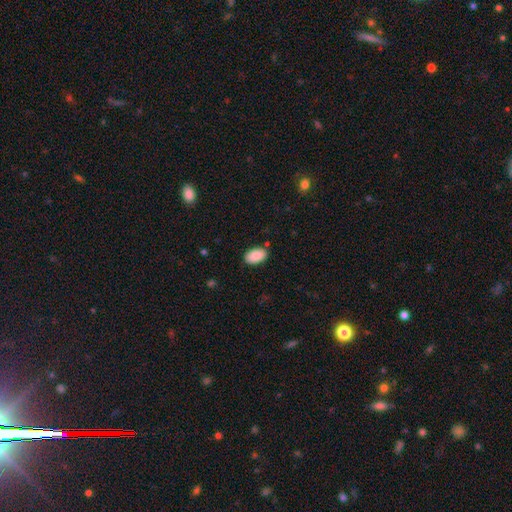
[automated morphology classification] smooth_or_featured: smooth (p=0.90) [alt: star or artifact p=0.06]
how_rounded: in between (p=0.94) [alt: round p=0.04]
merging: none (p=0.85) [alt: minor disturbance p=0.11]